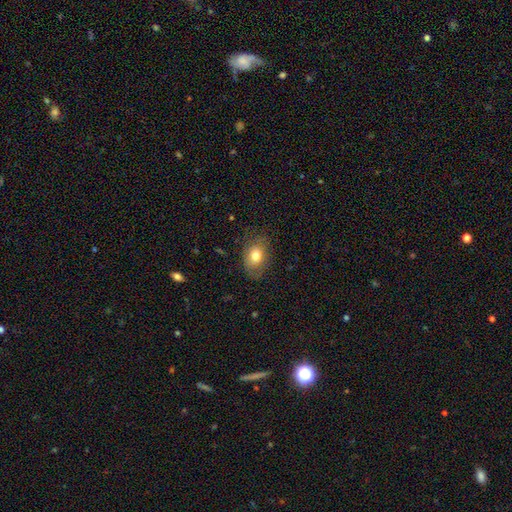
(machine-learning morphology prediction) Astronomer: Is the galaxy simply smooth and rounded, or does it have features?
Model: smooth — 76%.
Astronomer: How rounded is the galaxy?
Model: in between — 75%.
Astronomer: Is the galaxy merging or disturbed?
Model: none — 75%.